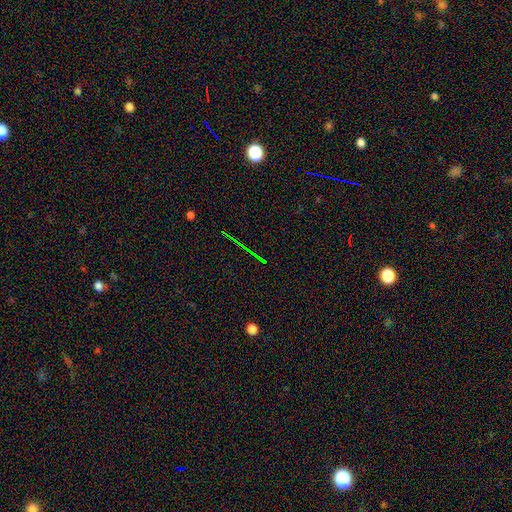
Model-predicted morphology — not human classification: smooth_or_featured: star or artifact (p=0.75) [alt: featured or disk p=0.13]